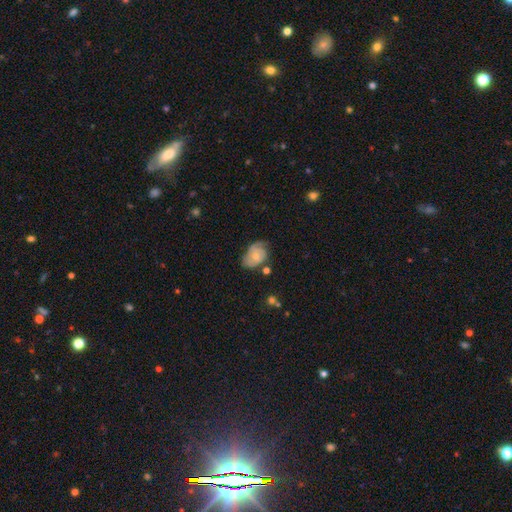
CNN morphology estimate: A featured or disk galaxy (49%).

Vote fractions:
- Smooth or featured? featured or disk: 49% / smooth: 44% / star or artifact: 7%
- Merging? none: 48% / minor disturbance: 34% / major disturbance: 14% / merger: 5%